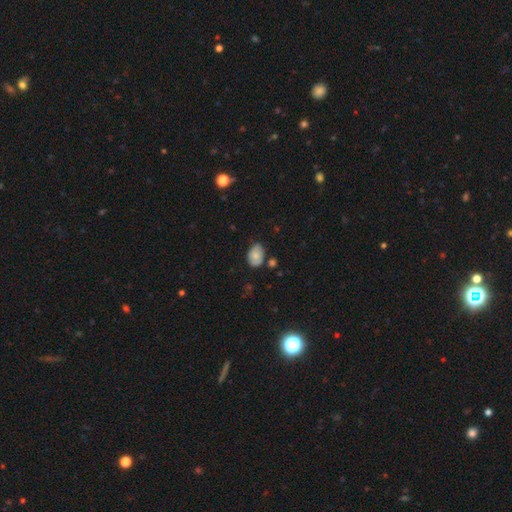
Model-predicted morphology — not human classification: Smooth or featured: smooth — 77% (featured or disk — 16%)
How rounded: in between — 84% (round — 14%)
Merging: none — 67% (minor disturbance — 23%)